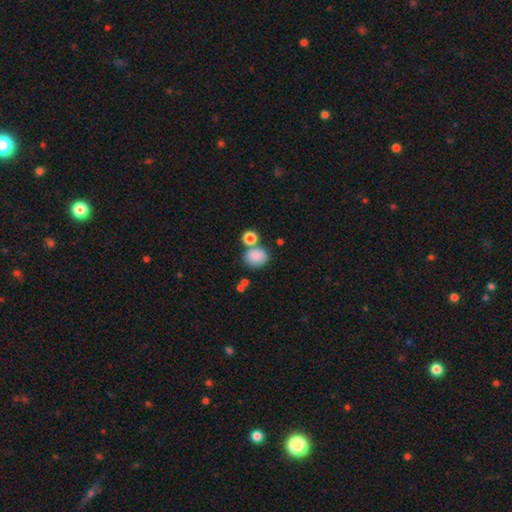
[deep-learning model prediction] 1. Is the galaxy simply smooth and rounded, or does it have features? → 84% smooth, 9% star or artifact, 7% featured or disk.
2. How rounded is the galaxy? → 59% round, 40% in between, 1% cigar-shaped.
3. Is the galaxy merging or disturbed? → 60% none, 24% merger, 12% minor disturbance, 4% major disturbance.